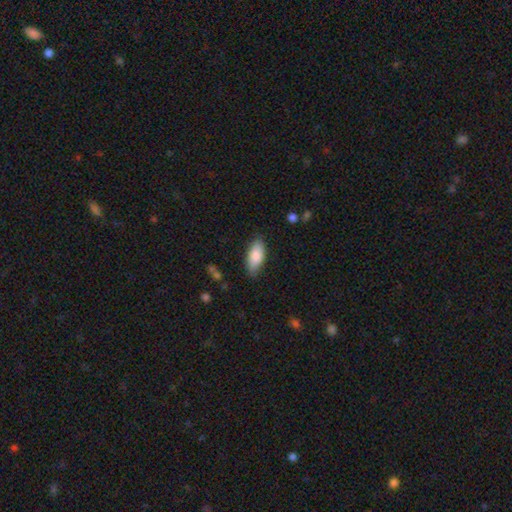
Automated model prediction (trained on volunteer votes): This is clearly a smooth galaxy (84%). How rounded: clearly in between (87%). Merging: clearly none (82%).